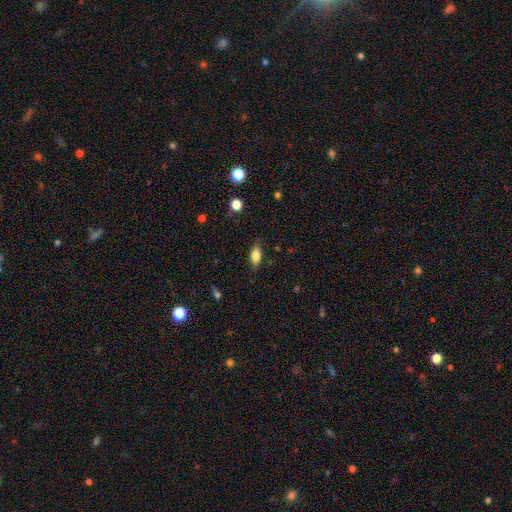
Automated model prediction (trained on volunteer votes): Smooth or featured? Predicted: smooth (p=0.76). How rounded? Predicted: in between (p=0.80). Merging? Predicted: none (p=0.81).